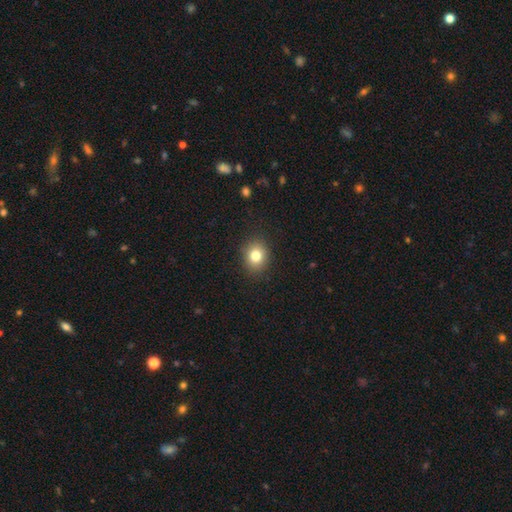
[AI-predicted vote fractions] Smooth or featured? Predicted: smooth (p=0.81). How rounded? Predicted: round (p=0.65). Merging? Predicted: none (p=0.89).